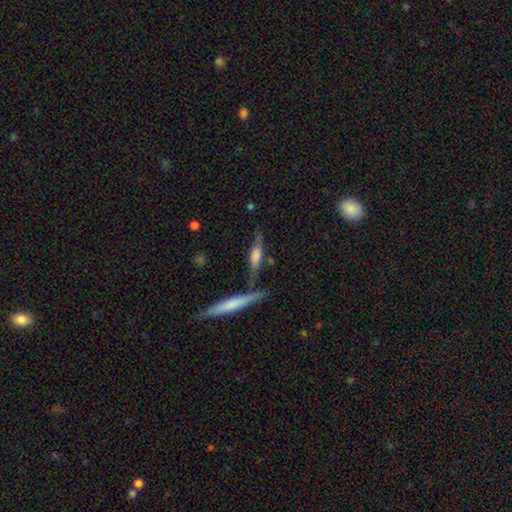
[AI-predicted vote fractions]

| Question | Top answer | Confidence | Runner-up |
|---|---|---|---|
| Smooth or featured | featured or disk | 51% | smooth (41%) |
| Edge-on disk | yes | 88% | no (12%) |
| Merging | none | 62% | minor disturbance (17%) |